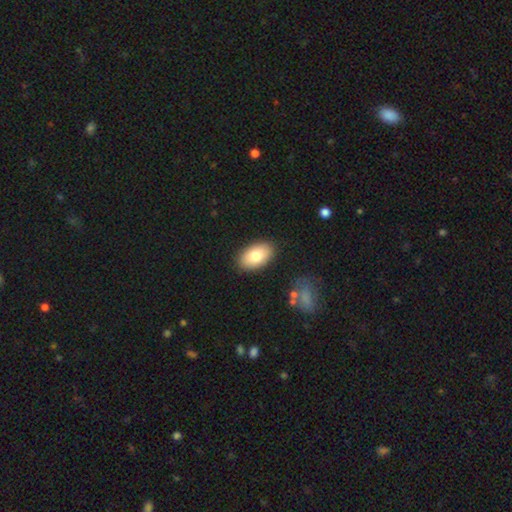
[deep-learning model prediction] This appears to be a smooth galaxy with no disk features (79%) that is in between round and cigar-shaped (93%). Merging: none (88%).